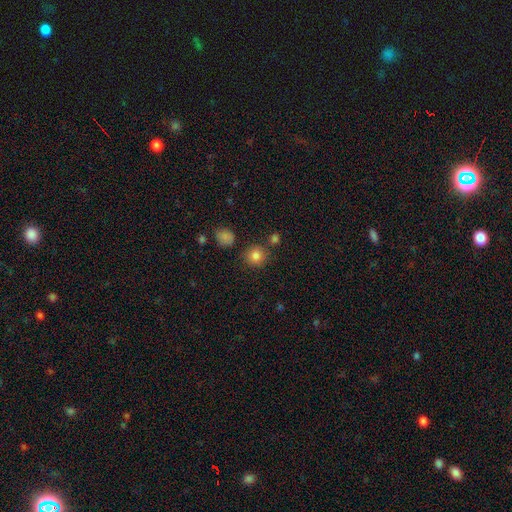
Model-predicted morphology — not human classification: A smooth galaxy with no disk features (83%) that is round (89%). Merging: none (81%).